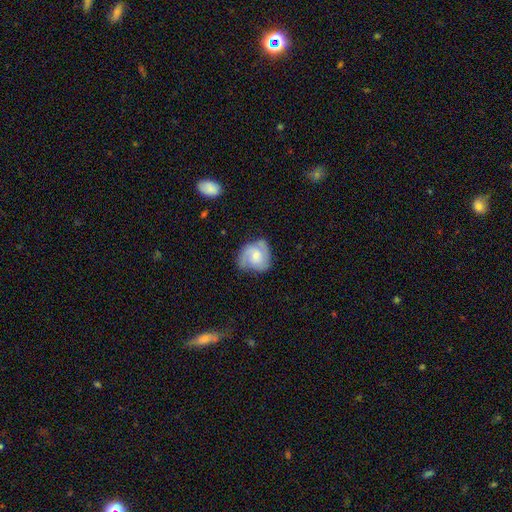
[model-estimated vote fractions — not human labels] featured or disk 67%, smooth 26%, star or artifact 6%. Down the decision tree: edge-on disk — no (98%); bar — no (63%); spiral arms — yes (92%); spiral arm count — 2 (55%); spiral winding — medium (44%); bulge size — moderate (46%); merging — none (60%).